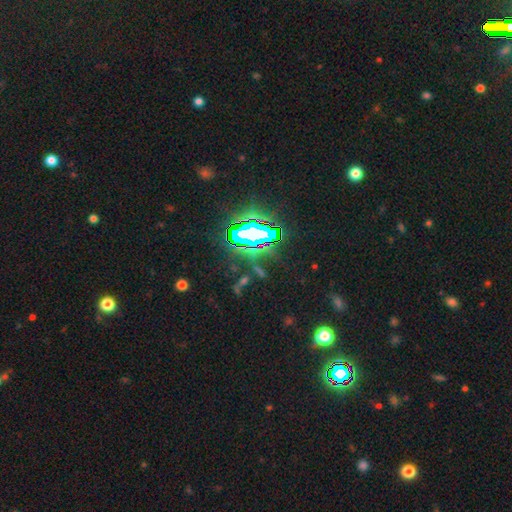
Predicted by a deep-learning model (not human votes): A star or artifact, not a galaxy (80%).

Vote fractions:
- Smooth or featured? star or artifact: 80% / smooth: 12% / featured or disk: 8%